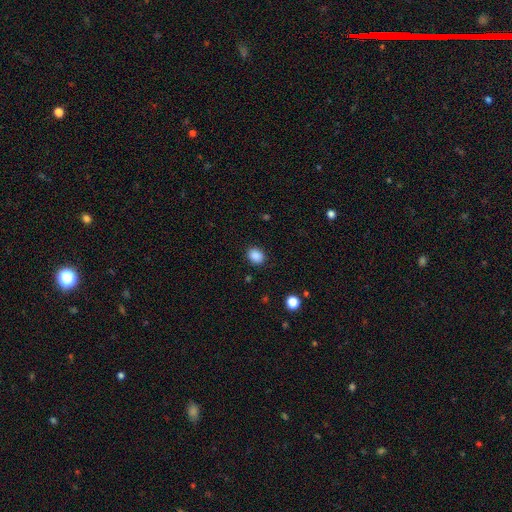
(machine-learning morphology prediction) type=smooth (87%); roundness=in between (50%); merging=none (87%).